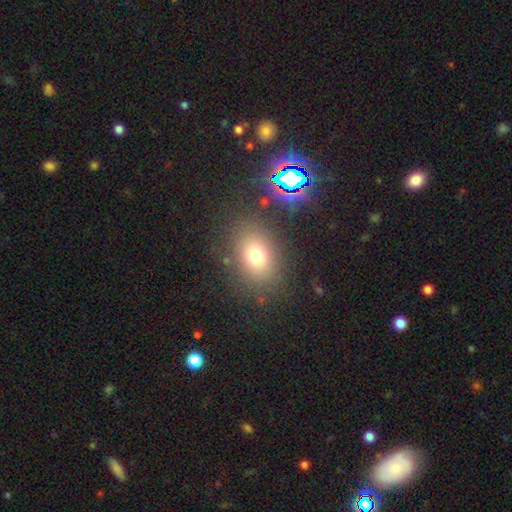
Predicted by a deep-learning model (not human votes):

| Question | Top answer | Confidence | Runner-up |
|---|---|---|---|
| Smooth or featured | smooth | 71% | star or artifact (17%) |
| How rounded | in between | 65% | round (34%) |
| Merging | none | 80% | minor disturbance (11%) |